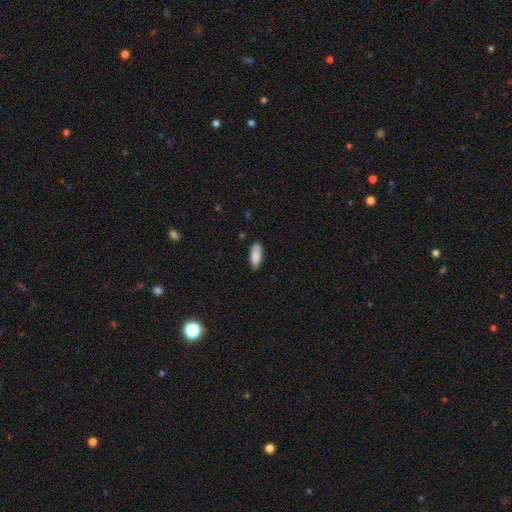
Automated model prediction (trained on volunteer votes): This appears to be a smooth galaxy with no disk features (86%) that is in between round and cigar-shaped (80%). Merging: none (83%).